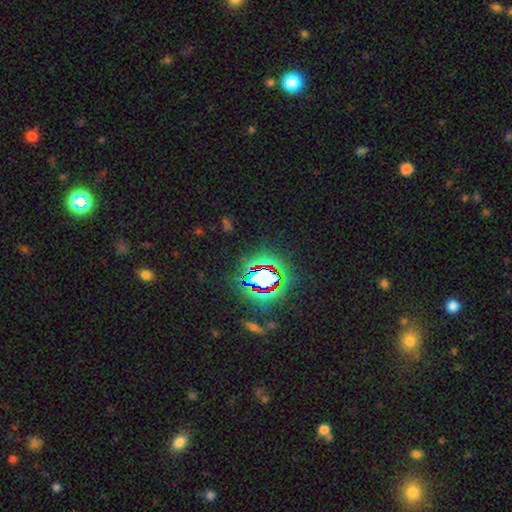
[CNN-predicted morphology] smooth-or-featured: star or artifact: 81% | smooth: 11% | featured or disk: 7%